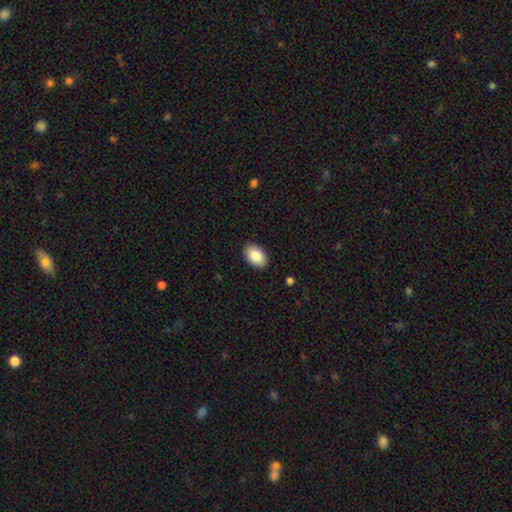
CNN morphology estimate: A smooth galaxy with no disk features (87%) that is in between round and cigar-shaped (91%). Merging: none (90%).